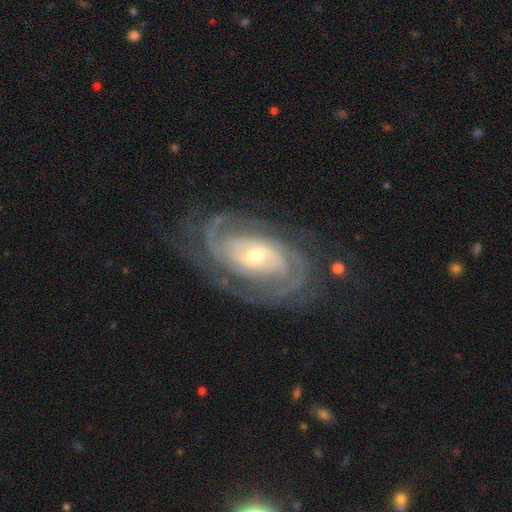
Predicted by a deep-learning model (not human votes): Smooth or featured: featured or disk — 90% (star or artifact — 5%)
Edge-on disk: no — 96% (yes — 4%)
Bar: no — 53% (weak — 31%)
Spiral arms: yes — 97% (no — 3%)
Spiral winding: tight — 71% (medium — 24%)
Spiral arm count: 2 — 46% (3 — 19%)
Bulge size: small — 50% (moderate — 45%)
Merging: none — 74% (minor disturbance — 16%)